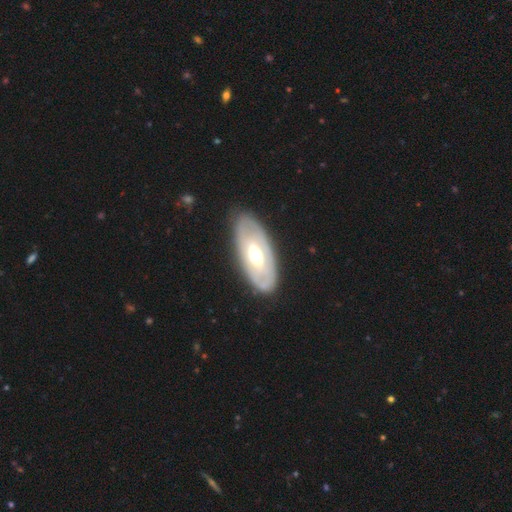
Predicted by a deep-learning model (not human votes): A featured or disk galaxy (65%) with no bar (51%), no spiral arms (65%) and a moderate central bulge (70%). Merging: none (83%).